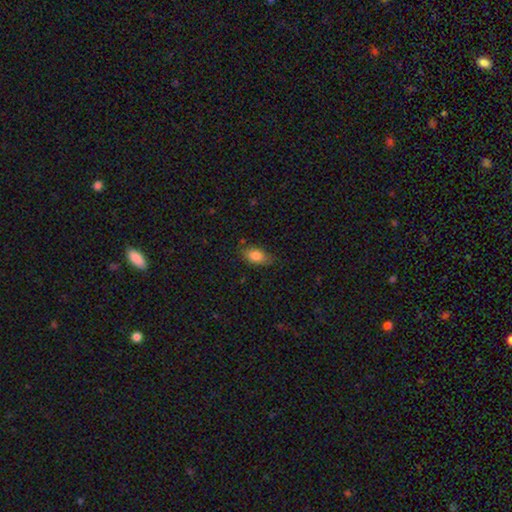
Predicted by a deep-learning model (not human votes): Smooth or featured: smooth — 82% (featured or disk — 10%)
How rounded: in between — 87% (round — 7%)
Merging: none — 73% (minor disturbance — 21%)